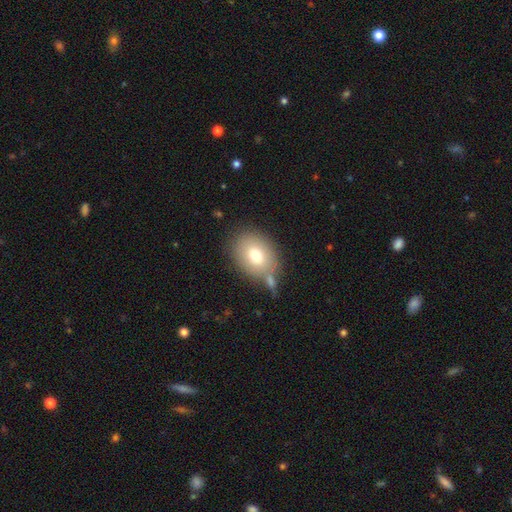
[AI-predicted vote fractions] Smooth or featured: smooth — 74% (featured or disk — 17%)
How rounded: in between — 64% (round — 35%)
Merging: none — 67% (minor disturbance — 15%)